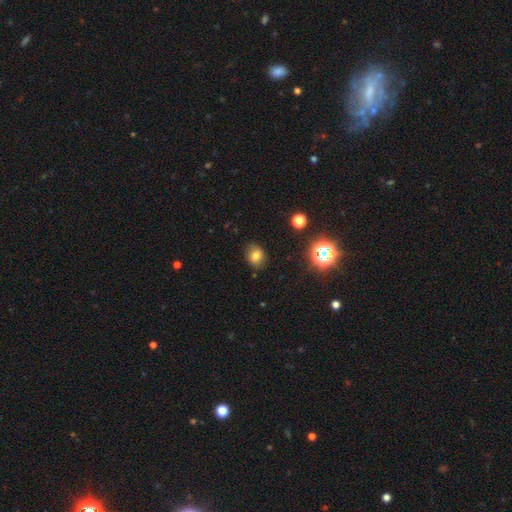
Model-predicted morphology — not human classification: Smooth or featured?
  - smooth: 72% *
  - star or artifact: 17%
  - featured or disk: 11%
How rounded?
  - round: 53% *
  - in between: 46%
  - cigar-shaped: 1%
Merging?
  - none: 82% *
  - minor disturbance: 13%
  - major disturbance: 3%
  - merger: 2%